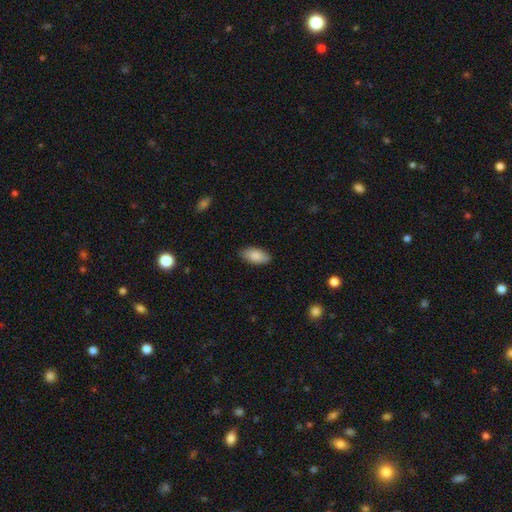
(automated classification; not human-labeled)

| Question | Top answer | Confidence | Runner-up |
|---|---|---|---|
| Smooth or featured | smooth | 87% | featured or disk (7%) |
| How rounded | in between | 92% | cigar-shaped (6%) |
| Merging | none | 86% | minor disturbance (11%) |